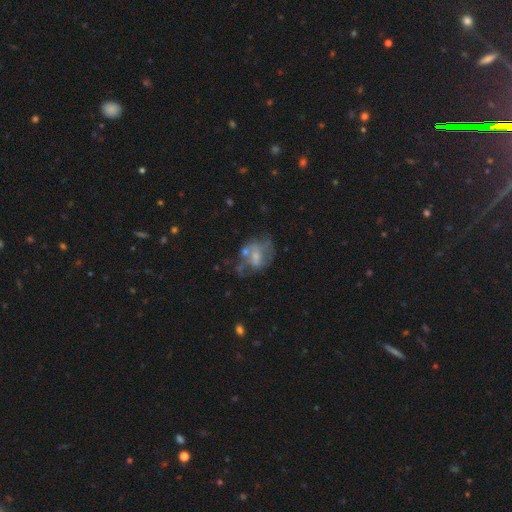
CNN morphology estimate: Smooth or featured? Predicted: featured or disk (p=0.58). Edge-on disk? Predicted: no (p=0.97). Bar? Predicted: no (p=0.62). Spiral arms? Predicted: no (p=0.60). Bulge size? Predicted: small (p=0.43). Merging? Predicted: none (p=0.34).